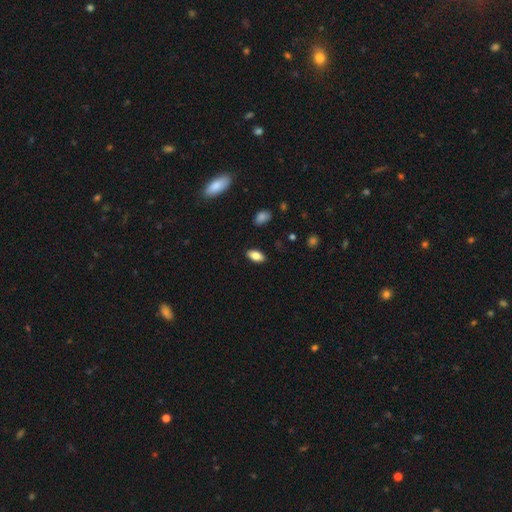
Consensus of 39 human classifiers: smooth_or_featured: smooth (p=0.82) [alt: featured or disk p=0.10]
how_rounded: in between (p=0.97) [alt: cigar-shaped p=0.03]
merging: none (p=0.86) [alt: minor disturbance p=0.11]